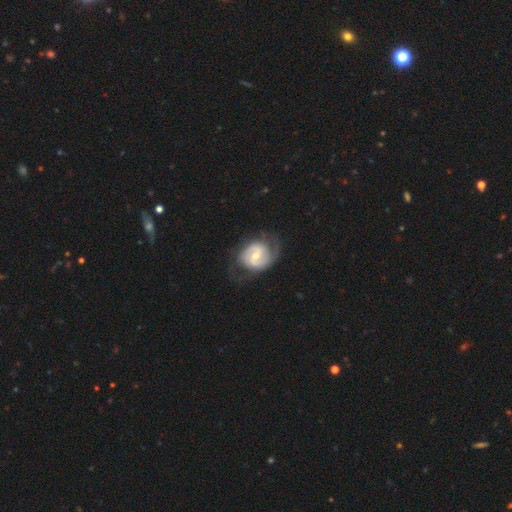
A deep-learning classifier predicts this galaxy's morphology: Overall: featured or disk (80%). Edge-on disk: no (98%). Bar: weak (51%; no 34%). Spiral arms: yes (92%). Spiral arm count: 2 (80%). Spiral winding: medium (44%; tight 37%). Bulge size: moderate (56%; small 39%). Merging: none (65%).